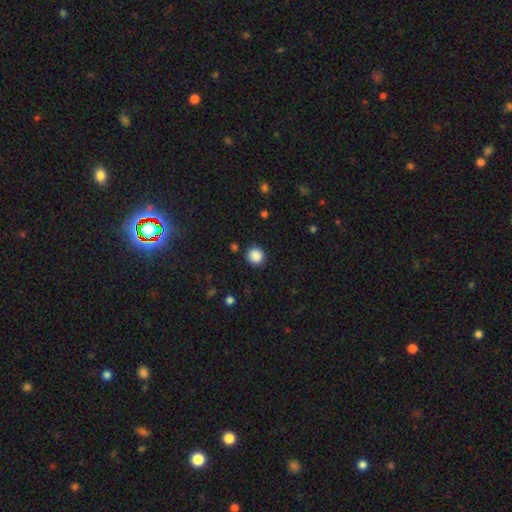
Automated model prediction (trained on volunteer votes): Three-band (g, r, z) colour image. It shows a smooth galaxy with no disk features (87%) that is round (90%). Merging: none (89%).